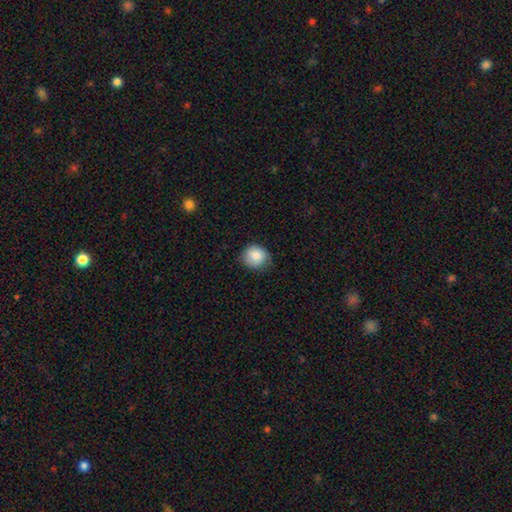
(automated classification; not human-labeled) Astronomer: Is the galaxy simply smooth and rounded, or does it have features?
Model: smooth — 86%.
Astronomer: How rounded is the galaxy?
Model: round — 85%.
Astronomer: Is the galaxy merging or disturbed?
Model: none — 72%.